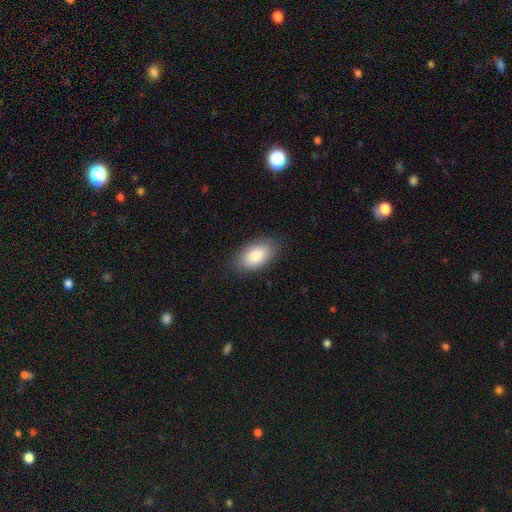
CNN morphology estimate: Q: Smooth or featured?
A: smooth (84%); runner-up: featured or disk (9%)
Q: How rounded?
A: in between (94%); runner-up: round (5%)
Q: Merging?
A: none (84%); runner-up: minor disturbance (12%)